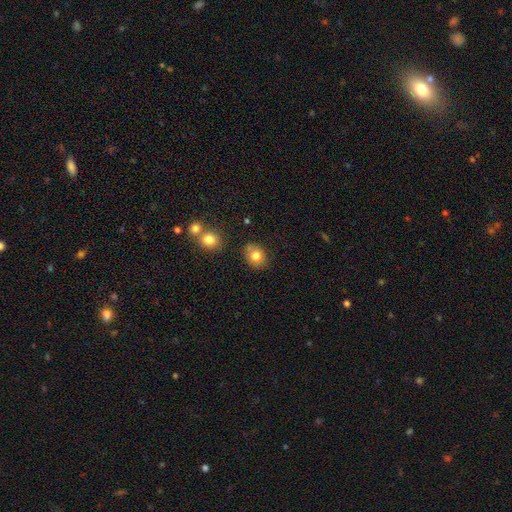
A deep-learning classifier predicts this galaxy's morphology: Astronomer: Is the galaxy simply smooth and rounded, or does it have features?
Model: smooth — 80%.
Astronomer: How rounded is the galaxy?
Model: round — 58% (runner-up: in between, 41%).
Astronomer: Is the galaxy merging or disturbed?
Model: none — 76%.